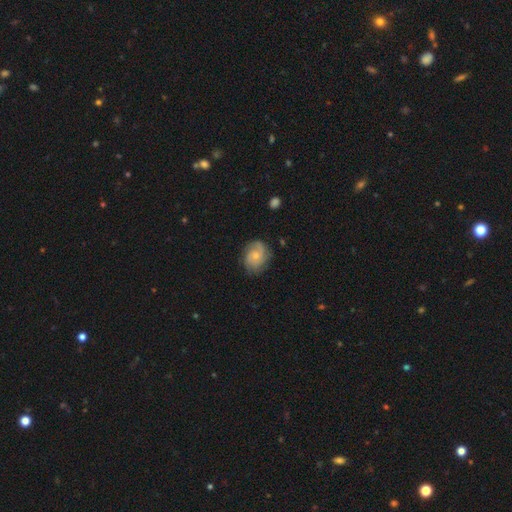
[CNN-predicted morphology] A featured or disk galaxy (58%) with no bar (76%), 2 (46%) tight (46%) spiral arms (90%) and a small central bulge (60%). Merging: none (73%).